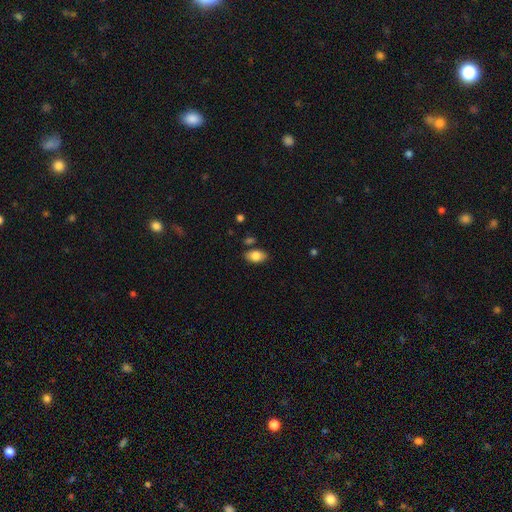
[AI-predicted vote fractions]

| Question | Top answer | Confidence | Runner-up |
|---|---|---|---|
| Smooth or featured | smooth | 83% | featured or disk (9%) |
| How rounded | in between | 91% | round (8%) |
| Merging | none | 80% | minor disturbance (12%) |